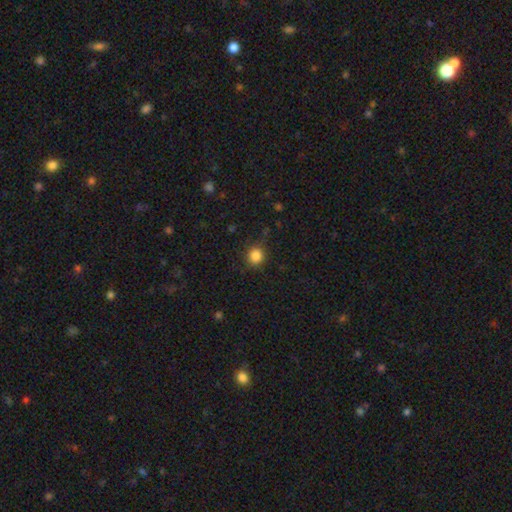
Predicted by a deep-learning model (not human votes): This is clearly a smooth galaxy (85%). How rounded: clearly round (90%). Merging: clearly none (85%).